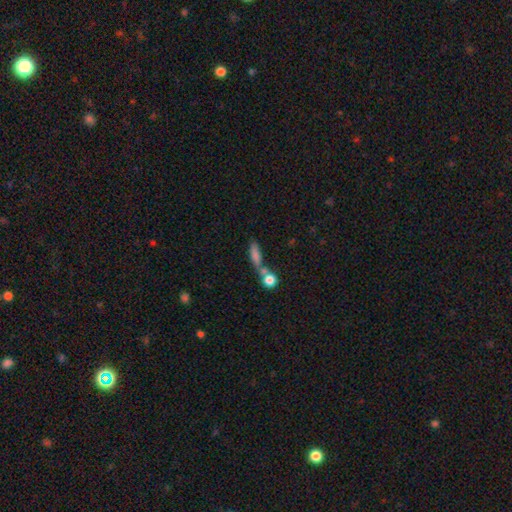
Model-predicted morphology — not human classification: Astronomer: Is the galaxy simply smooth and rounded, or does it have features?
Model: smooth — 54%.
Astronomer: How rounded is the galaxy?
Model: cigar-shaped — 47% (runner-up: in between, 37%).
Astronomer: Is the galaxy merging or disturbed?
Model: none — 49% (runner-up: merger, 31%).